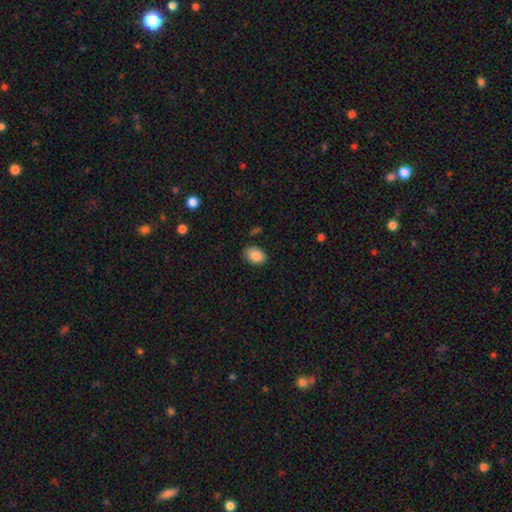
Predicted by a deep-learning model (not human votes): The model was most divided on "how rounded": in between: 78%, round: 21%, cigar-shaped: 1%. More confident: smooth or featured — smooth (87%); merging — none (79%).